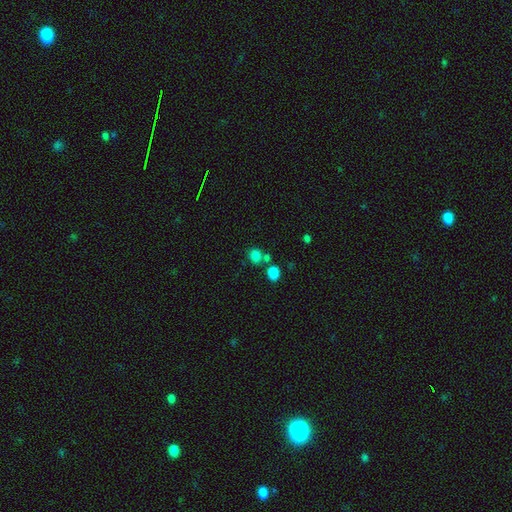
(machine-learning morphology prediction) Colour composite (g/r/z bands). It shows a smooth galaxy with no disk features (81%) that is round (59%). Merging: none (58%).